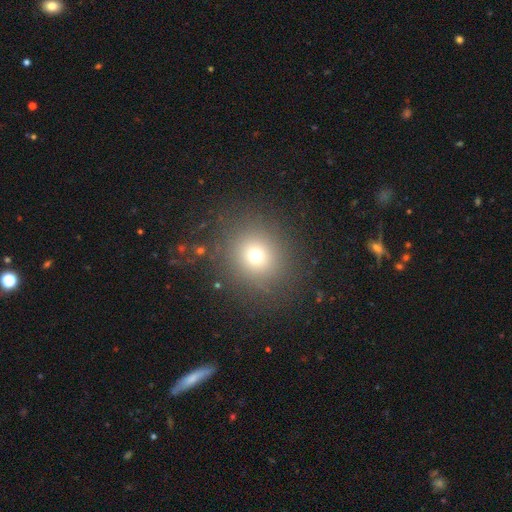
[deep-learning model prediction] A smooth galaxy with no disk features (70%) that is round (86%).

Vote fractions:
- Smooth or featured? smooth: 70% / star or artifact: 19% / featured or disk: 11%
- How rounded? round: 86% / in between: 13% / cigar-shaped: 1%
- Merging? none: 86% / minor disturbance: 8% / major disturbance: 5% / merger: 1%